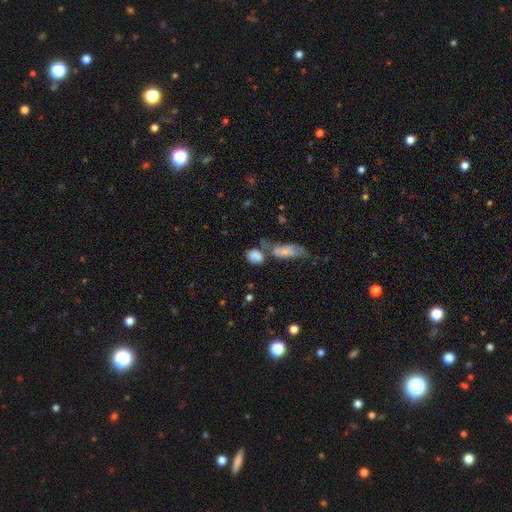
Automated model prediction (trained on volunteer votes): A smooth galaxy with no disk features (78%) that is in between round and cigar-shaped (62%).

Vote fractions:
- Smooth or featured? smooth: 78% / featured or disk: 13% / star or artifact: 10%
- How rounded? in between: 62% / round: 33% / cigar-shaped: 5%
- Merging? merger: 44% / none: 33% / minor disturbance: 14% / major disturbance: 9%